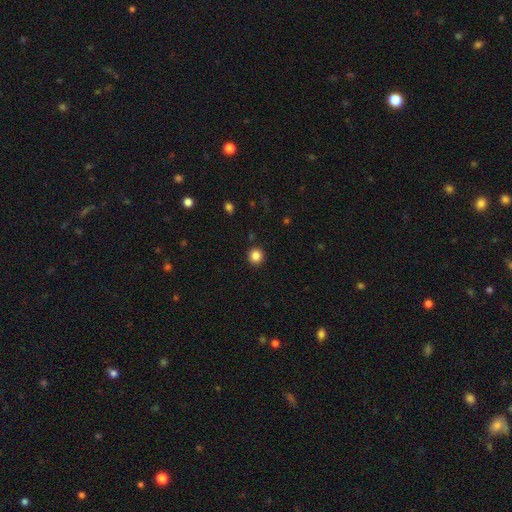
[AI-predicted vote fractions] Smooth or featured: smooth — 86% (star or artifact — 11%)
How rounded: round — 94% (in between — 5%)
Merging: none — 92% (minor disturbance — 5%)